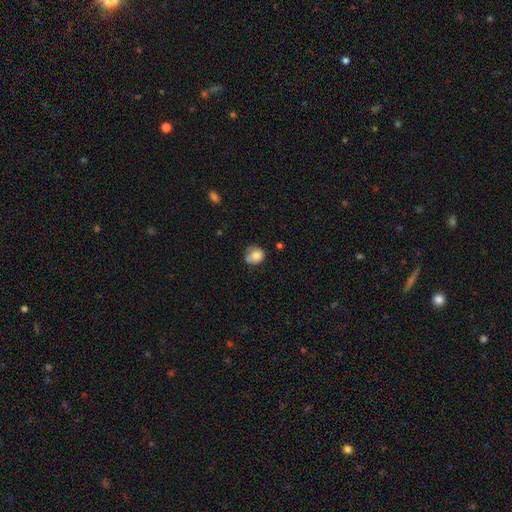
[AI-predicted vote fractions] Smooth or featured? smooth (80%)
How rounded? round (69%)
Merging? none (50%)